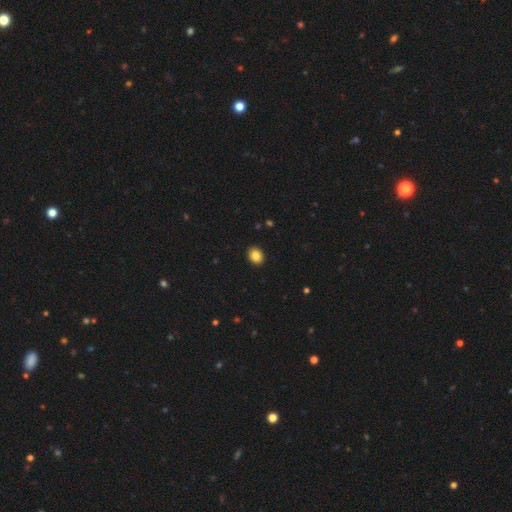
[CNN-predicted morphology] Smooth or featured: smooth — 86% (star or artifact — 9%)
How rounded: round — 52% (in between — 47%)
Merging: none — 92% (minor disturbance — 6%)